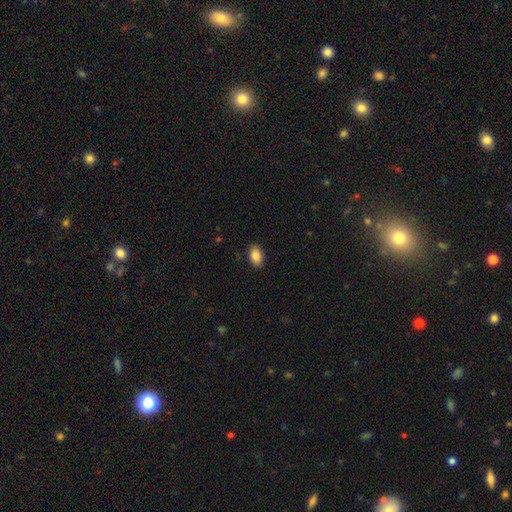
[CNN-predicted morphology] smooth_or_featured: smooth (p=0.87) [alt: star or artifact p=0.07]
how_rounded: in between (p=0.91) [alt: round p=0.08]
merging: none (p=0.89) [alt: minor disturbance p=0.08]